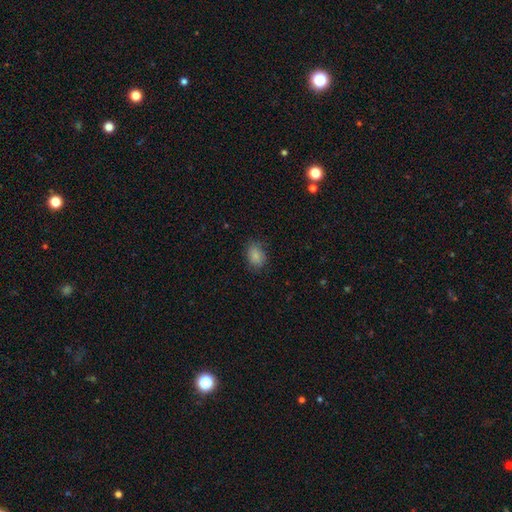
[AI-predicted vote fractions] Smooth or featured? smooth (86%)
How rounded? in between (73%)
Merging? none (79%)